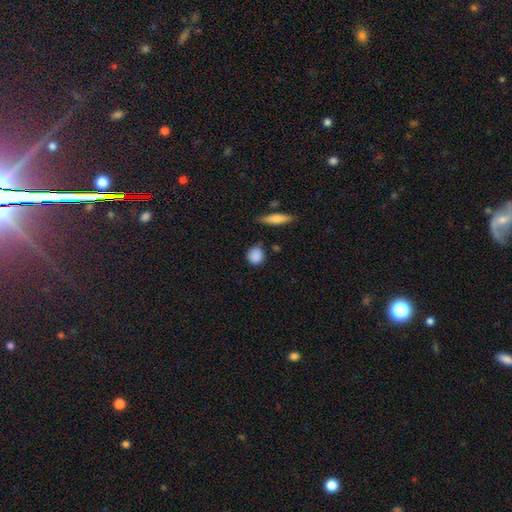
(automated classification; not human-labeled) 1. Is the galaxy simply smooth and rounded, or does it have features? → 86% smooth, 8% star or artifact, 5% featured or disk.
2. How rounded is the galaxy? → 83% round, 15% in between, 3% cigar-shaped.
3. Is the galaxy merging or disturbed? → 80% none, 14% minor disturbance, 3% major disturbance, 3% merger.